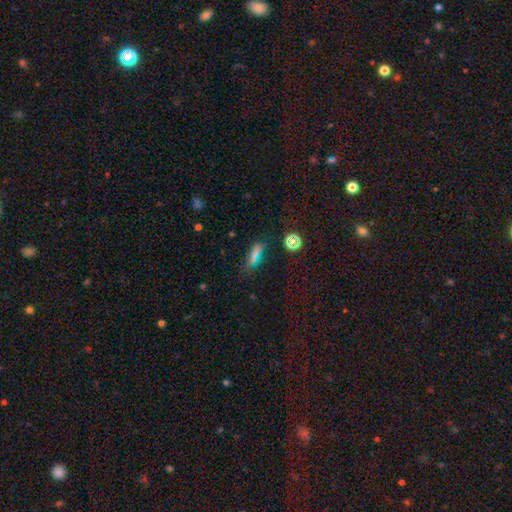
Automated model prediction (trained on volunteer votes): A smooth galaxy with no disk features (59%) that is cigar-shaped (50%).

Vote fractions:
- Smooth or featured? smooth: 59% / star or artifact: 29% / featured or disk: 12%
- How rounded? cigar-shaped: 50% / in between: 42% / round: 8%
- Merging? none: 73% / minor disturbance: 16% / major disturbance: 6% / merger: 5%